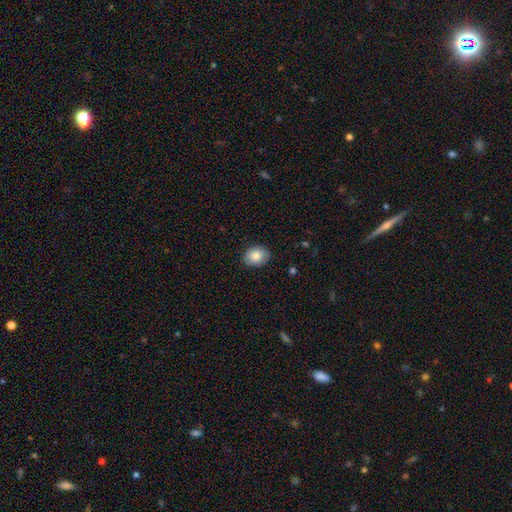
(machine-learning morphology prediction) Smooth or featured: smooth — 84% (featured or disk — 8%)
How rounded: in between — 57% (round — 42%)
Merging: none — 87% (minor disturbance — 10%)